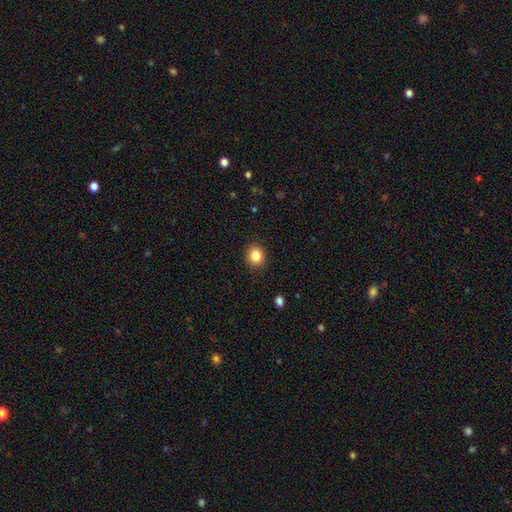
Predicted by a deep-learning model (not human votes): Smooth or featured?
  - smooth: 85% *
  - star or artifact: 10%
  - featured or disk: 5%
How rounded?
  - round: 74% *
  - in between: 25%
  - cigar-shaped: 1%
Merging?
  - none: 91% *
  - minor disturbance: 7%
  - major disturbance: 2%
  - merger: 1%